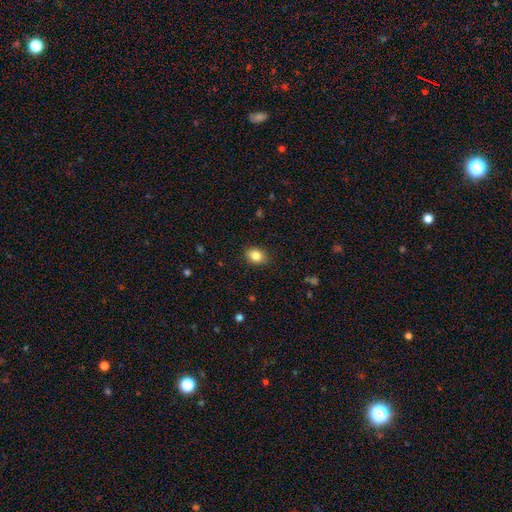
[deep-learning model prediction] Overall: smooth (84%). How rounded: in between (67%; round 32%). Merging: none (87%).